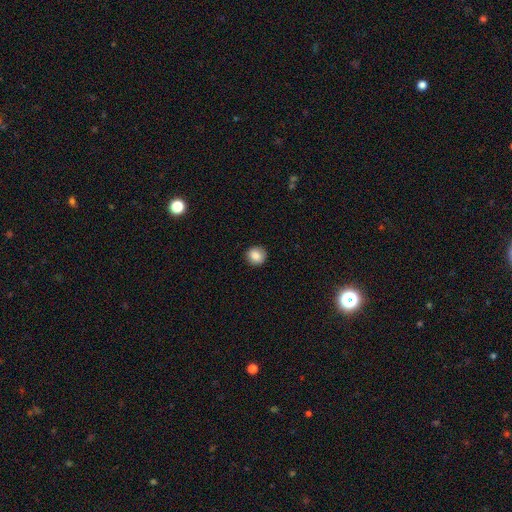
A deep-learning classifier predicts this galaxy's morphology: The model was most divided on "smooth or featured": smooth: 86%, star or artifact: 9%, featured or disk: 6%. More confident: merging — none (91%); how rounded — round (90%).